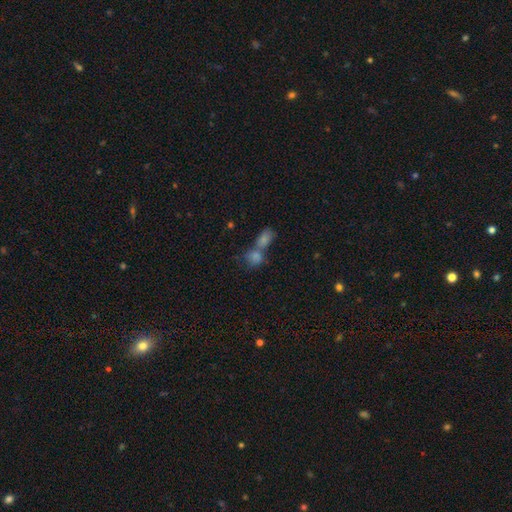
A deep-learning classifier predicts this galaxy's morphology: The model was most divided on "how rounded": round: 52%, in between: 43%, cigar-shaped: 5%. More confident: smooth or featured — smooth (61%); merging — merger (55%).